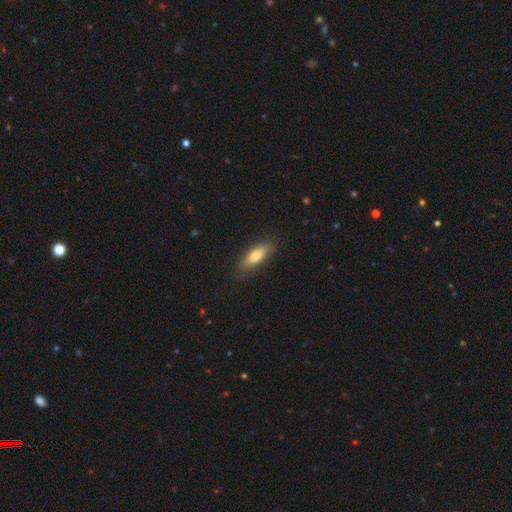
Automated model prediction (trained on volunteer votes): This is likely a smooth galaxy (73%). How rounded: likely in between (60%). Merging: clearly none (81%).